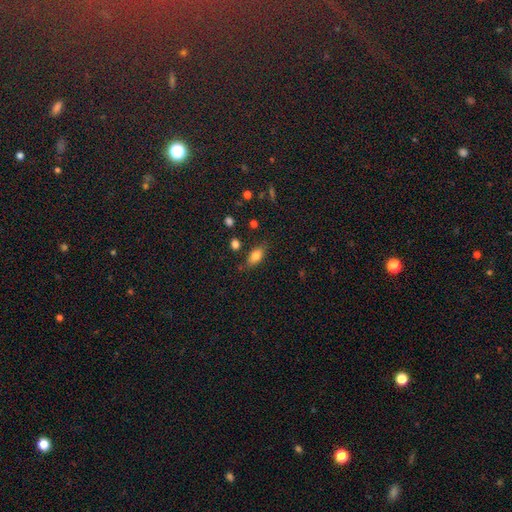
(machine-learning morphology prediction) Overall: smooth (78%). How rounded: in between (83%). Merging: none (76%).